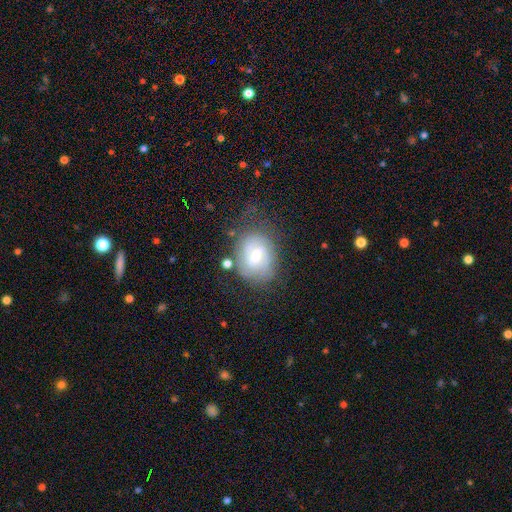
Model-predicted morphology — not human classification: This appears to be a featured or disk galaxy (62%) with a weak bar (61%), 2 (55%) tight (43%) spiral arms (84%) and a moderate central bulge (49%). Merging: none (61%).